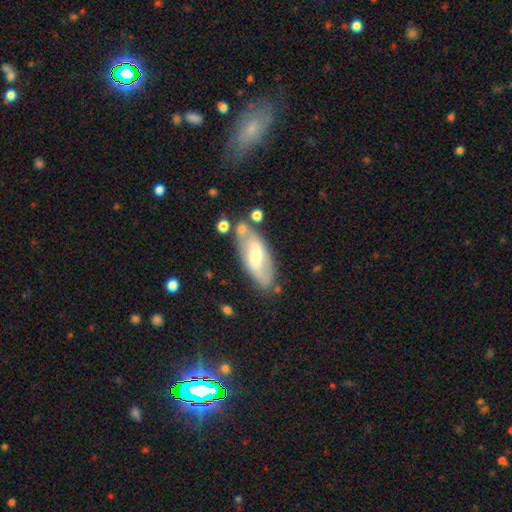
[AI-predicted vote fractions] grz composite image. It shows a featured or disk galaxy (58%). Merging: none (70%).